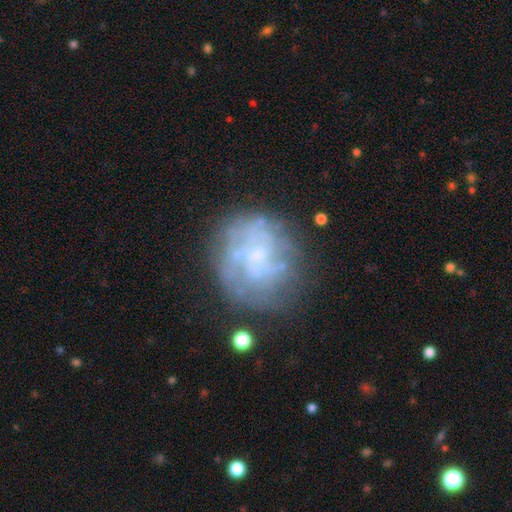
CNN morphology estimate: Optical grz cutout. It shows a featured or disk galaxy (65%) with no bar (75%), spiral arms (52%) and a small central bulge (49%). Merging: none (64%).